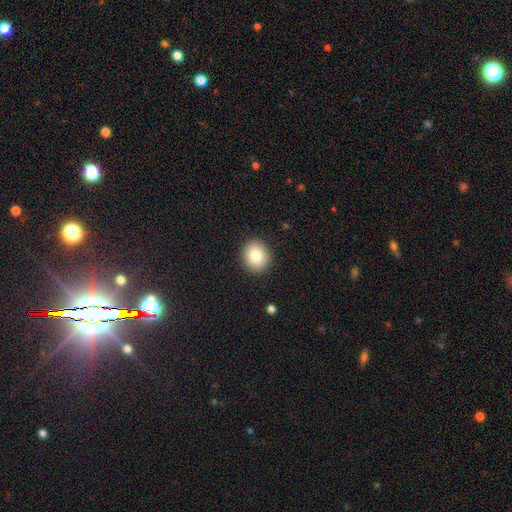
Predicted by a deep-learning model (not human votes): Smooth or featured?
  - smooth: 83% *
  - star or artifact: 9%
  - featured or disk: 8%
How rounded?
  - round: 70% *
  - in between: 30%
  - cigar-shaped: 1%
Merging?
  - none: 90% *
  - minor disturbance: 7%
  - major disturbance: 2%
  - merger: 1%